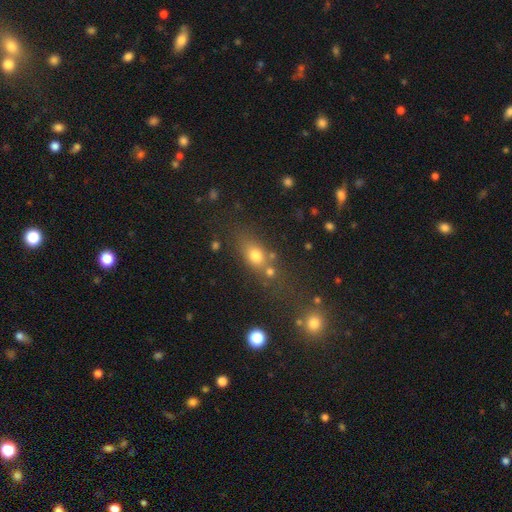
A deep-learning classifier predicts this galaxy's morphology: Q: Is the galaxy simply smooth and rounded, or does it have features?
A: smooth — 70%.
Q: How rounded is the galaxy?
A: in between — 56%.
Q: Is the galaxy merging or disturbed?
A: none — 52%.